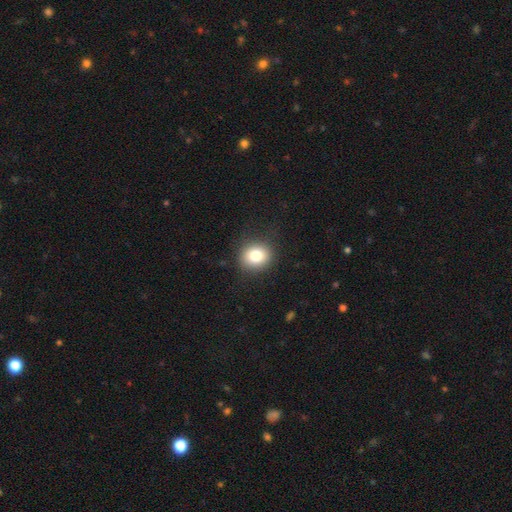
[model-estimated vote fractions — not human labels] smooth_or_featured: smooth (p=0.81) [alt: star or artifact p=0.11]
how_rounded: round (p=0.77) [alt: in between p=0.22]
merging: none (p=0.87) [alt: minor disturbance p=0.09]